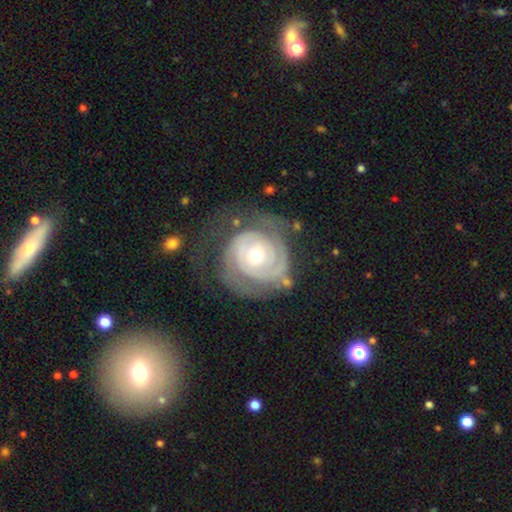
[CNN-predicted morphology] This is clearly a featured or disk galaxy (87%). It is clearly not viewed edge-on (98%). Bar: likely no (68%). Spiral arm pattern: clearly yes (94%). Spiral arm count: marginally 2 (45%). Spiral winding: likely tight (77%). Central bulge: possibly moderate (54%). Merging: possibly none (59%).